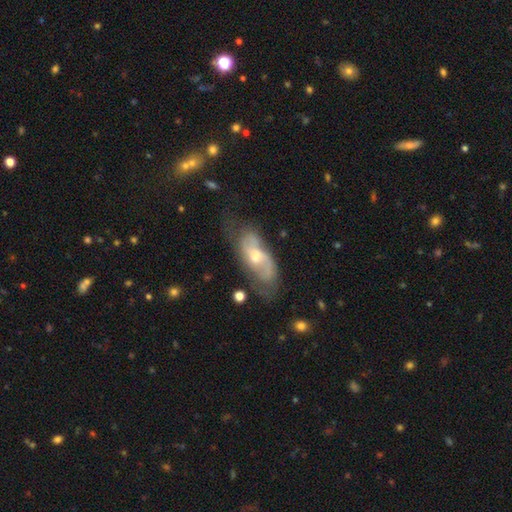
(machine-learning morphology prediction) type=featured or disk (68%); edge-on=no (89%); bar=no (57%); spiral arms=yes (79%); bulge=moderate (65%); merging=none (52%).